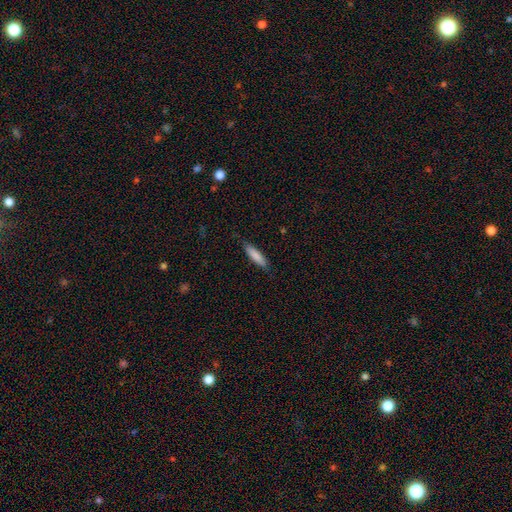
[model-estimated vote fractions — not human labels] This appears to be a smooth galaxy with no disk features (84%) that is cigar-shaped (75%). Merging: none (82%).